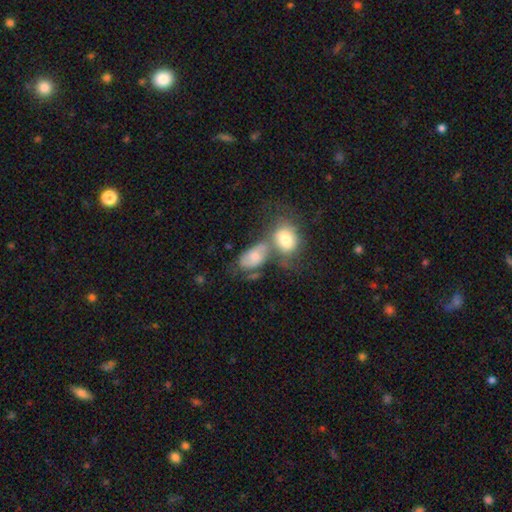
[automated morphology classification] A smooth galaxy with no disk features (53%) that is in between round and cigar-shaped (77%). Merging: merger (60%).